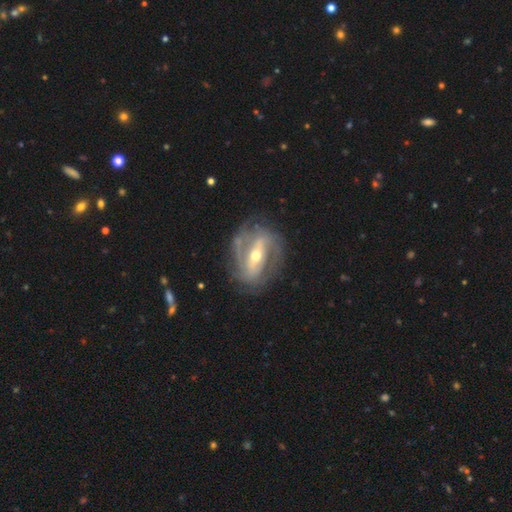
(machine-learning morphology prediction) Q: Smooth or featured?
A: featured or disk (87%); runner-up: smooth (8%)
Q: Edge-on disk?
A: no (94%); runner-up: yes (6%)
Q: Bar?
A: strong (62%); runner-up: weak (26%)
Q: Spiral arms?
A: yes (91%); runner-up: no (9%)
Q: Spiral winding?
A: tight (44%); runner-up: medium (41%)
Q: Spiral arm count?
A: 2 (64%); runner-up: can't tell (14%)
Q: Bulge size?
A: moderate (61%); runner-up: small (34%)
Q: Merging?
A: none (74%); runner-up: minor disturbance (16%)